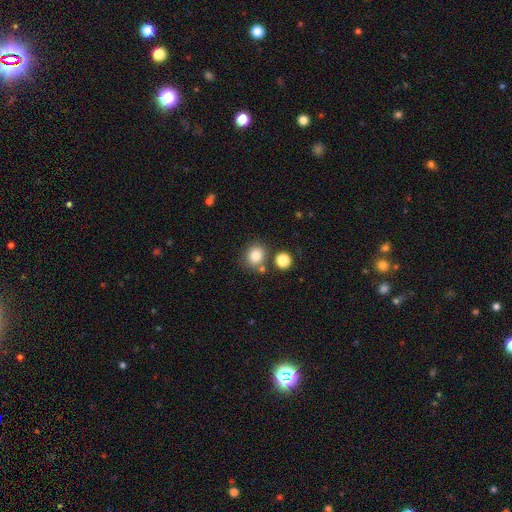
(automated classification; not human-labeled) Smooth or featured: smooth — 81% (star or artifact — 12%)
How rounded: round — 78% (in between — 21%)
Merging: none — 73% (merger — 13%)